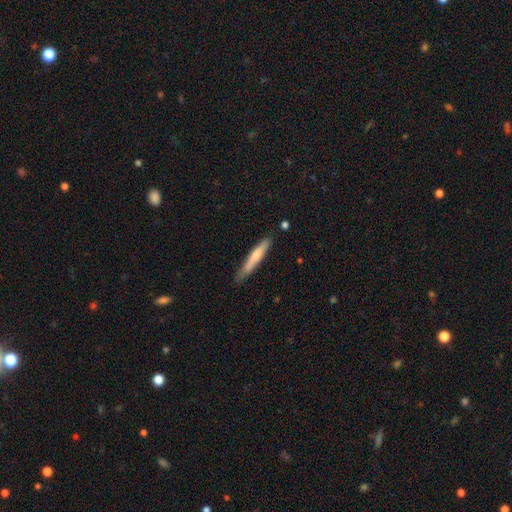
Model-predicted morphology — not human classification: Overall: smooth (62%; featured or disk 32%). How rounded: cigar-shaped (93%). Merging: none (75%).